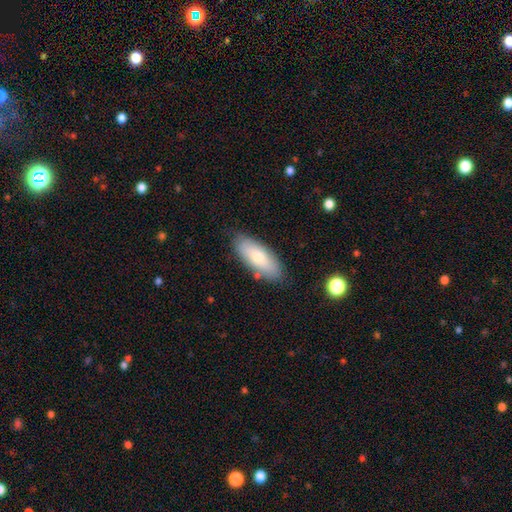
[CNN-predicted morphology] Q: Smooth or featured?
A: smooth (72%); runner-up: featured or disk (21%)
Q: How rounded?
A: in between (75%); runner-up: cigar-shaped (23%)
Q: Merging?
A: none (83%); runner-up: minor disturbance (12%)